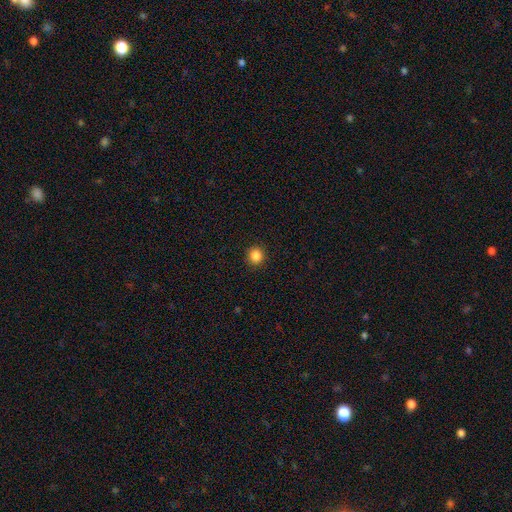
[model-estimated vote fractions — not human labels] A smooth galaxy with no disk features (86%) that is round (93%). Merging: none (92%).